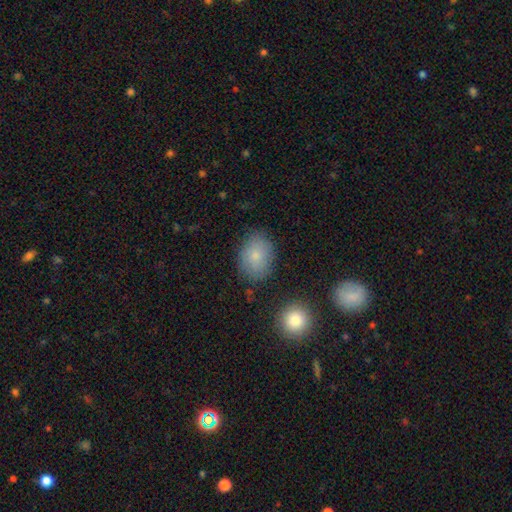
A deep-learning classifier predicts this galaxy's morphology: Smooth or featured: smooth — 81% (featured or disk — 11%)
How rounded: in between — 65% (round — 34%)
Merging: none — 80% (minor disturbance — 14%)